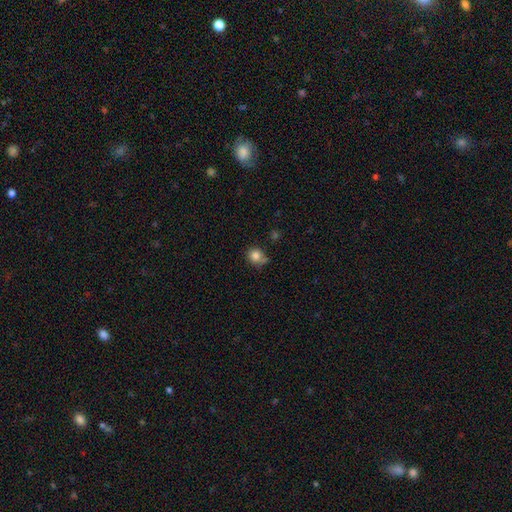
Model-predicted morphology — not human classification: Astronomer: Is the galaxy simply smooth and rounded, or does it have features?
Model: smooth — 82%.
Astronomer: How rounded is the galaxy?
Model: round — 78%.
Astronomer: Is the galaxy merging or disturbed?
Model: none — 61%.